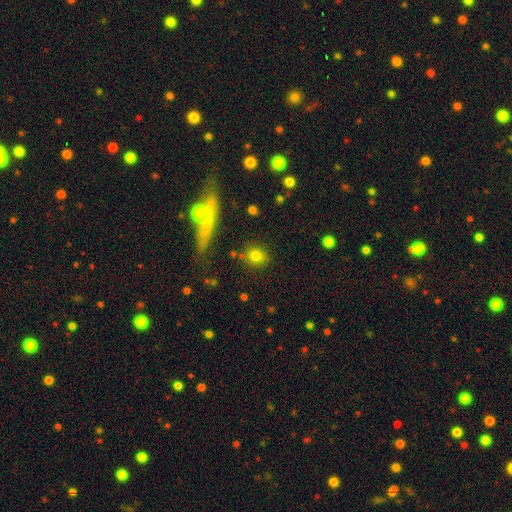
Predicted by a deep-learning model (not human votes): Q: Smooth or featured?
A: smooth (78%); runner-up: star or artifact (12%)
Q: How rounded?
A: round (69%); runner-up: in between (27%)
Q: Merging?
A: none (82%); runner-up: minor disturbance (9%)